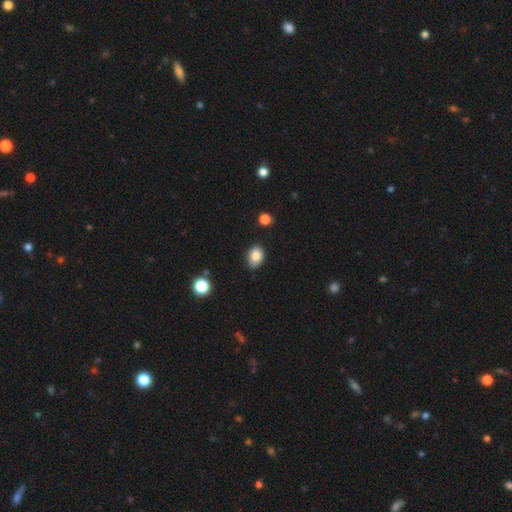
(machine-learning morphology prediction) This is clearly a smooth galaxy (85%). How rounded: likely in between (72%). Merging: likely none (78%).